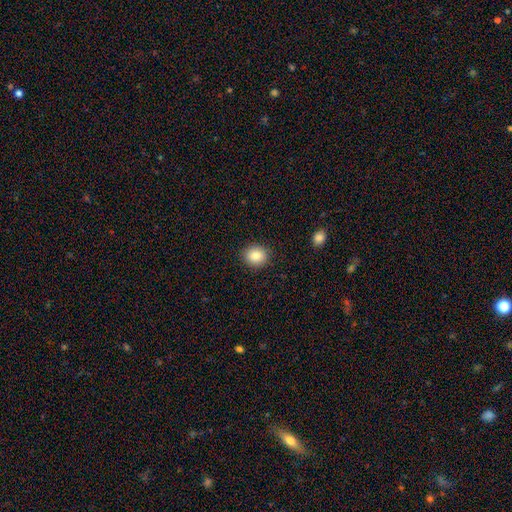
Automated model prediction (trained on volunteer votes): Smooth or featured? Predicted: smooth (p=0.85). How rounded? Predicted: round (p=0.75). Merging? Predicted: none (p=0.90).